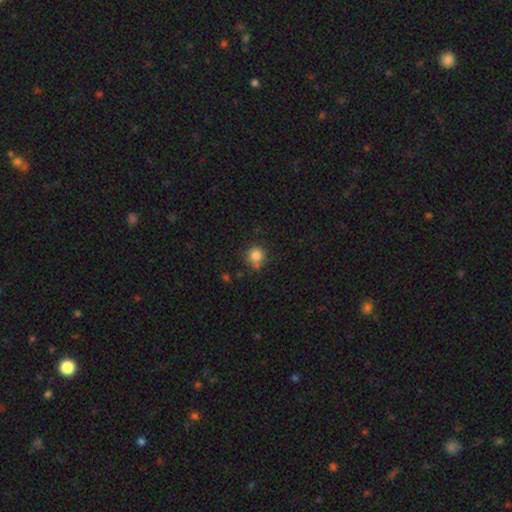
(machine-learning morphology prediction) A smooth galaxy with no disk features (83%) that is round (92%). Merging: none (69%).